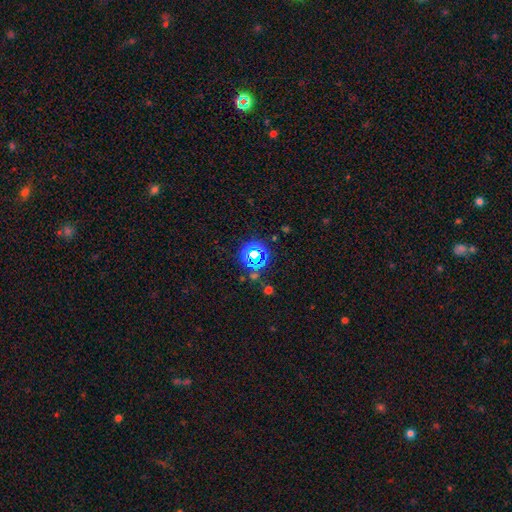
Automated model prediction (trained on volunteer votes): star or artifact 57%, smooth 35%, featured or disk 7%.